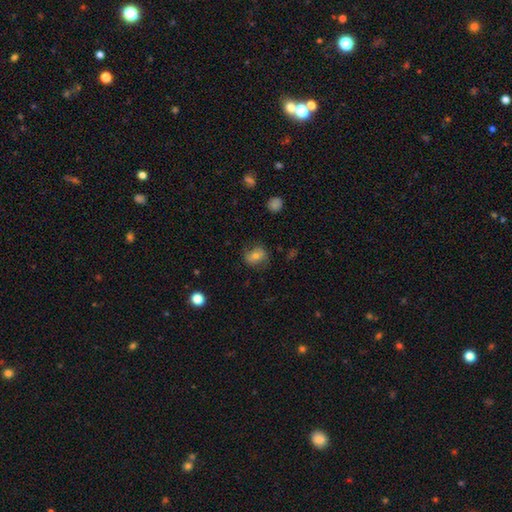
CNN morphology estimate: Smooth or featured: smooth — 61% (featured or disk — 26%)
How rounded: round — 53% (in between — 45%)
Merging: none — 73% (minor disturbance — 18%)